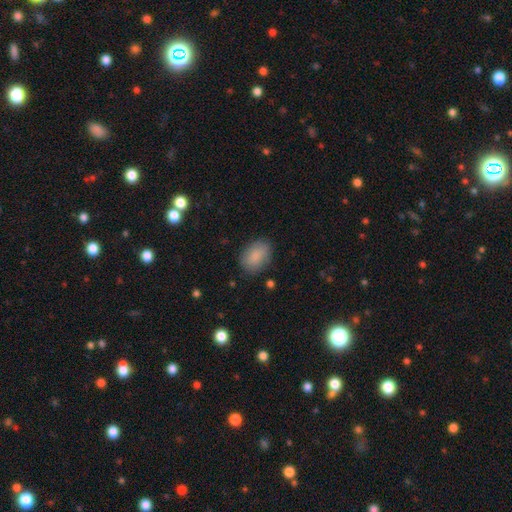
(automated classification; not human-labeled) Smooth or featured: smooth — 86% (featured or disk — 7%)
How rounded: in between — 81% (round — 18%)
Merging: none — 80% (minor disturbance — 15%)